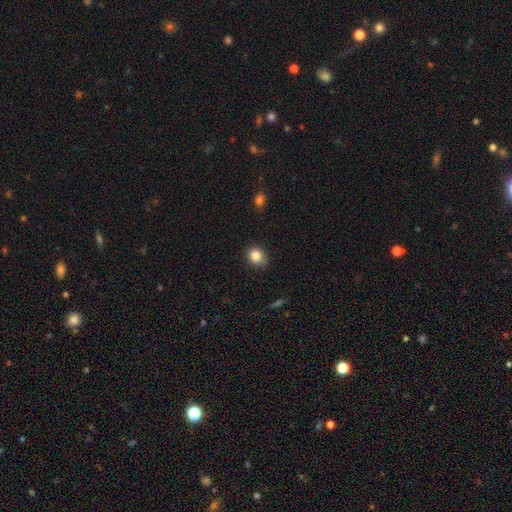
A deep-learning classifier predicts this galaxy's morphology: Smooth or featured? Predicted: smooth (p=0.84). How rounded? Predicted: round (p=0.70). Merging? Predicted: none (p=0.75).